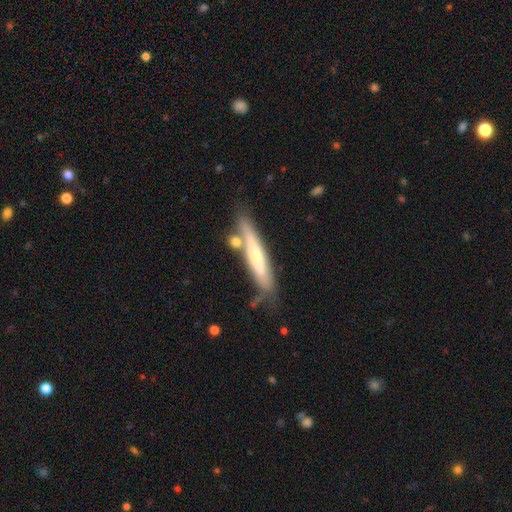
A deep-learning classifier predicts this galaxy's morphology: A featured or disk galaxy (51%) viewed edge-on (82%).

Vote fractions:
- Smooth or featured? featured or disk: 51% / smooth: 42% / star or artifact: 6%
- Edge-on disk? yes: 82% / no: 18%
- Merging? none: 65% / minor disturbance: 18% / merger: 11% / major disturbance: 5%